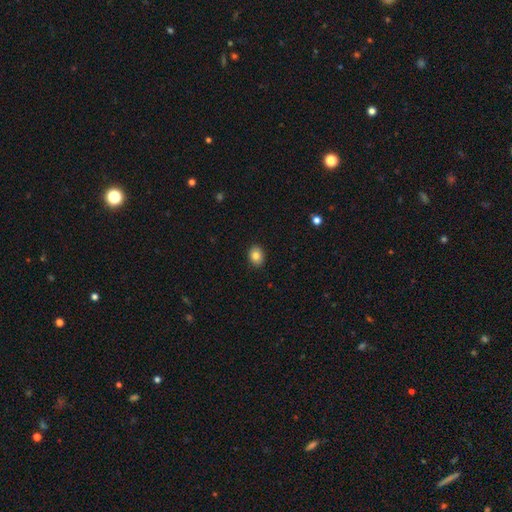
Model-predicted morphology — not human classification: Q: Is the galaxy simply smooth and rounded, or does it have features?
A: smooth — 83%.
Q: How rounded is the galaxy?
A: in between — 58%.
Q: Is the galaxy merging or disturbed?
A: none — 90%.